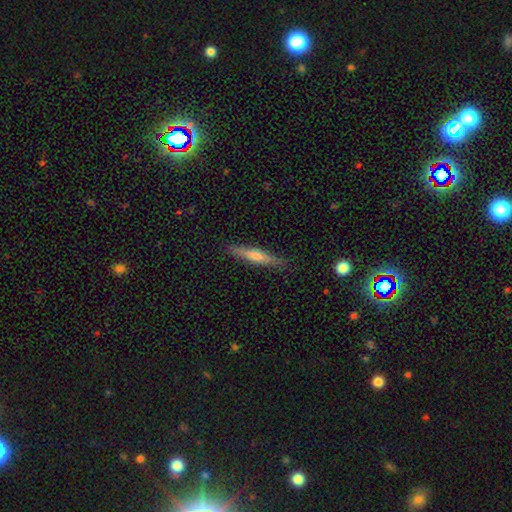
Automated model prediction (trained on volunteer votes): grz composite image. It shows a smooth galaxy with no disk features (49%). Merging: none (87%).